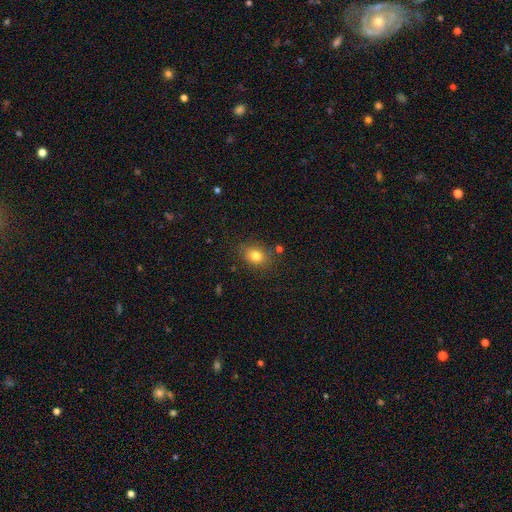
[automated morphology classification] Smooth or featured?
  - smooth: 80% *
  - star or artifact: 11%
  - featured or disk: 8%
How rounded?
  - in between: 55% *
  - round: 44%
  - cigar-shaped: 1%
Merging?
  - none: 81% *
  - minor disturbance: 12%
  - major disturbance: 4%
  - merger: 3%